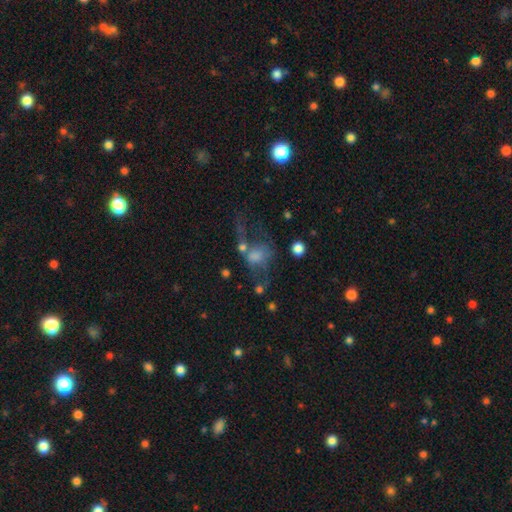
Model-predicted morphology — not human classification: Smooth or featured?
  - smooth: 44% *
  - featured or disk: 38%
  - star or artifact: 18%
Merging?
  - major disturbance: 41% *
  - none: 27%
  - merger: 17%
  - minor disturbance: 15%